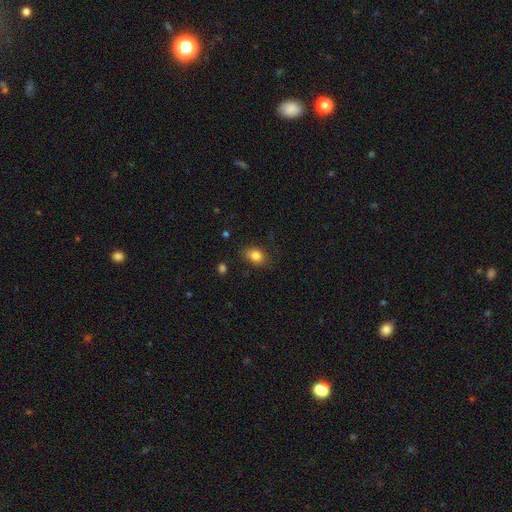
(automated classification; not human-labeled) Smooth or featured: smooth — 82% (star or artifact — 10%)
How rounded: in between — 69% (round — 29%)
Merging: none — 78% (minor disturbance — 16%)